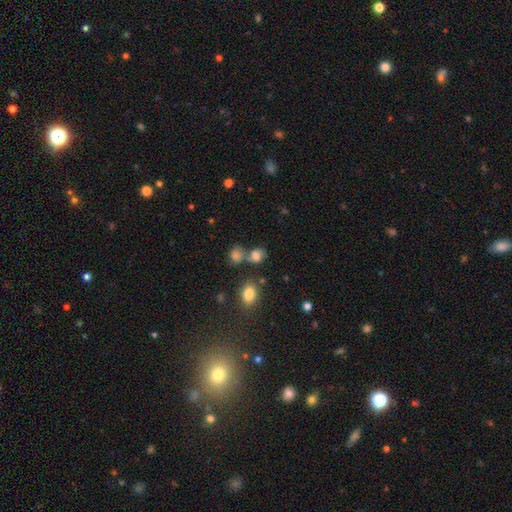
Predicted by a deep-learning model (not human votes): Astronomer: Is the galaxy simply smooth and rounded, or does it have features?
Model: smooth — 75%.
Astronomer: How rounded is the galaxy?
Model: in between — 49%, tied with round at 49%.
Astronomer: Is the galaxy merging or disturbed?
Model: none — 46% (runner-up: merger, 31%).